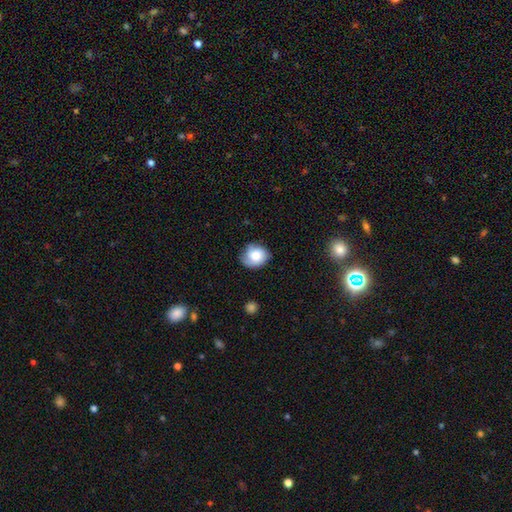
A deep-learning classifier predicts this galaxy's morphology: Q: Smooth or featured?
A: smooth (67%); runner-up: featured or disk (24%)
Q: How rounded?
A: round (70%); runner-up: in between (29%)
Q: Merging?
A: none (66%); runner-up: minor disturbance (26%)